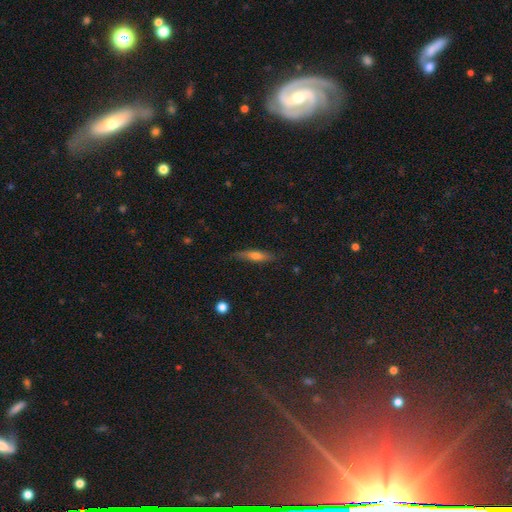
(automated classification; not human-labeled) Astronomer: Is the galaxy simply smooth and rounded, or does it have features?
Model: smooth — 53% (runner-up: featured or disk, 40%).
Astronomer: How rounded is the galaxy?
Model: cigar-shaped — 80%.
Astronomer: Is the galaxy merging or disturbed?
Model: none — 79%.